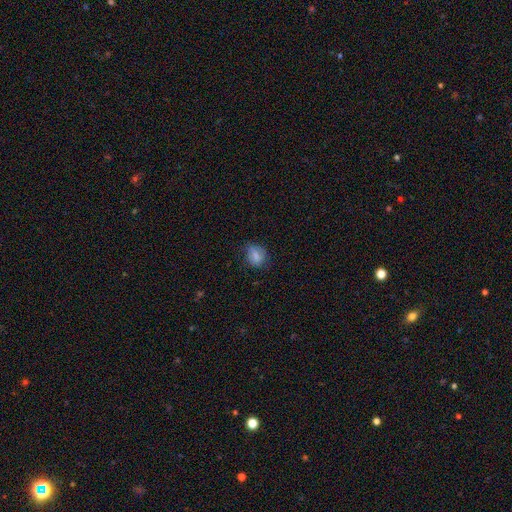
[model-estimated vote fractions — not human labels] Morphology: type=smooth (76%); roundness=round (52%); merging=none (67%).